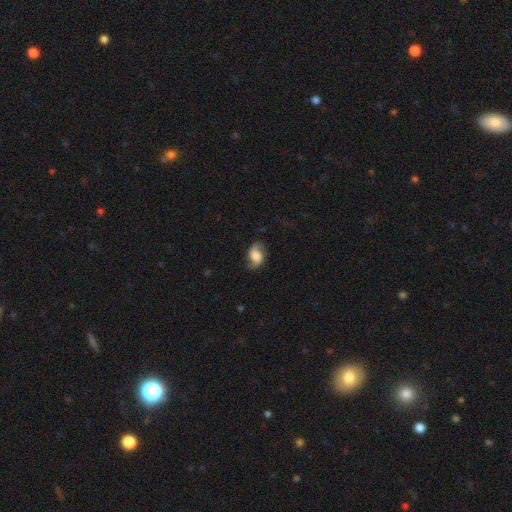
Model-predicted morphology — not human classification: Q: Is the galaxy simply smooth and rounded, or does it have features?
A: featured or disk — 55%.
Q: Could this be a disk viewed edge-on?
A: no — 96%.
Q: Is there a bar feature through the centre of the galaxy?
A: no — 52%.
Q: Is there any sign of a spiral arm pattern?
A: yes — 90%.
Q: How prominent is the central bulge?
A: large — 42%.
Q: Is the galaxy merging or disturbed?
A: none — 71%.